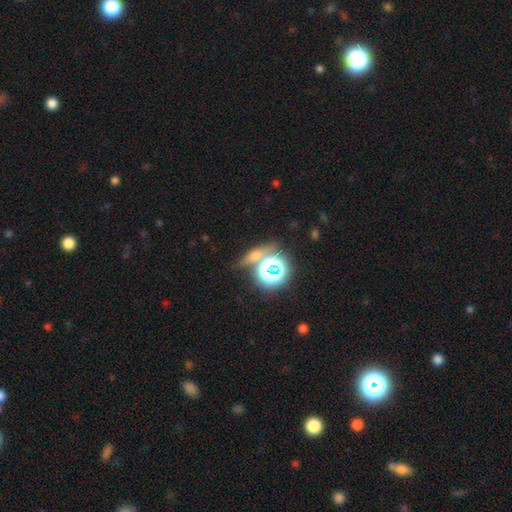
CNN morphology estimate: Smooth or featured: star or artifact — 48% (smooth — 36%)